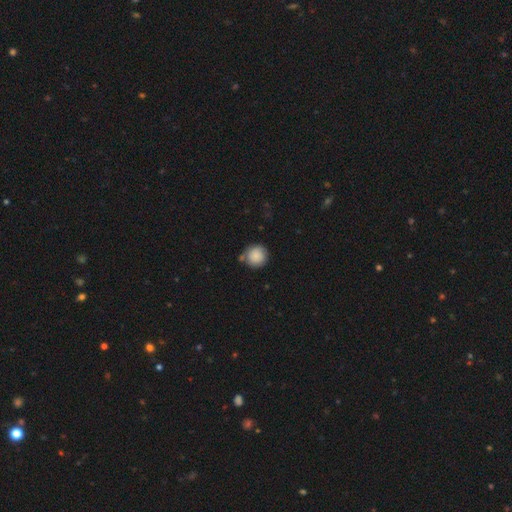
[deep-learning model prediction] The model was most divided on "merging": none: 73%, minor disturbance: 15%, merger: 9%, major disturbance: 3%. More confident: how rounded — round (93%); smooth or featured — smooth (88%).